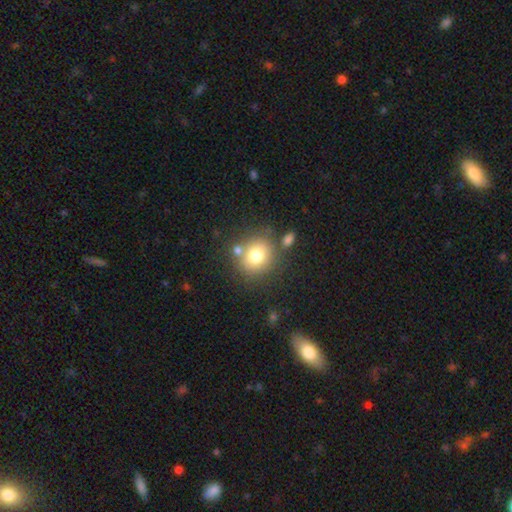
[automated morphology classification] The model was most divided on "merging": none: 70%, merger: 14%, minor disturbance: 12%, major disturbance: 5%. More confident: how rounded — round (82%); smooth or featured — smooth (76%).